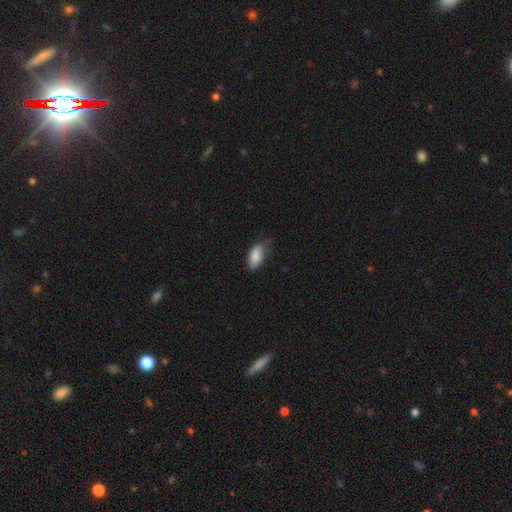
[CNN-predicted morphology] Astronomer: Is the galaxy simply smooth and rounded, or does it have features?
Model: smooth — 84%.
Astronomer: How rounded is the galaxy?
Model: in between — 90%.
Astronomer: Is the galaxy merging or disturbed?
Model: none — 56% (runner-up: minor disturbance, 35%).